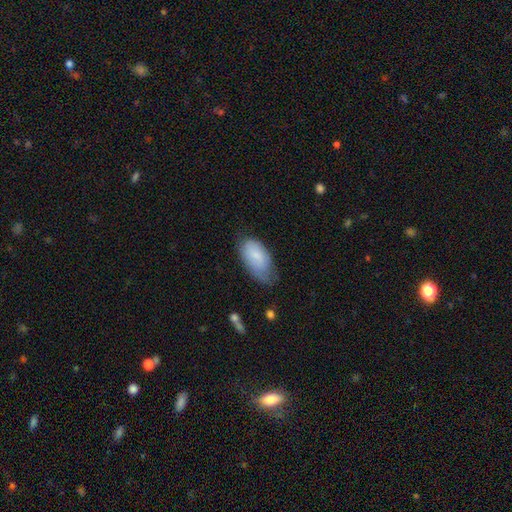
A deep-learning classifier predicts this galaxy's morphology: Smooth or featured? Predicted: smooth (p=0.79). How rounded? Predicted: in between (p=0.94). Merging? Predicted: none (p=0.44).